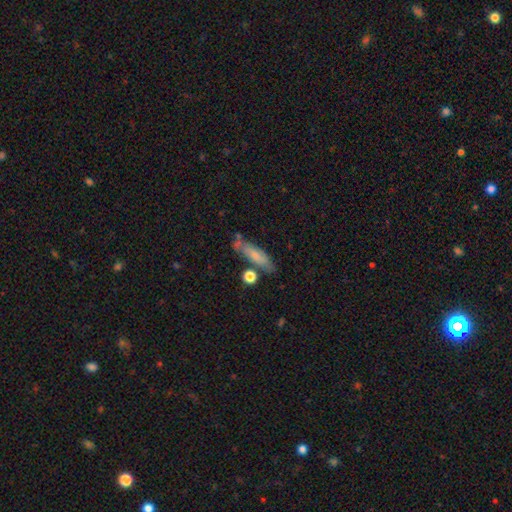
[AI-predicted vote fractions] This is likely a smooth galaxy (66%). How rounded: likely cigar-shaped (60%). Merging: likely none (63%).